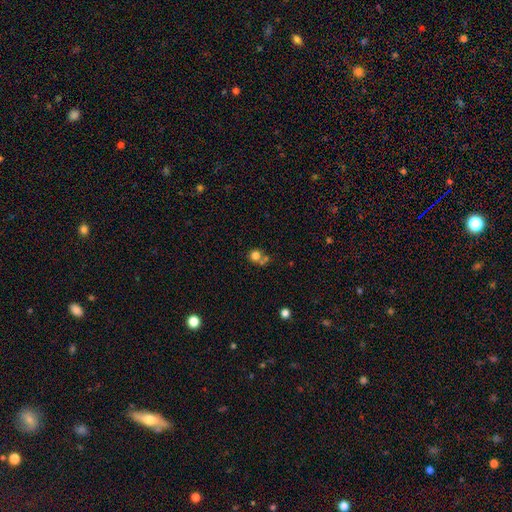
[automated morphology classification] Q: Smooth or featured?
A: smooth (74%); runner-up: star or artifact (13%)
Q: How rounded?
A: round (85%); runner-up: in between (14%)
Q: Merging?
A: none (46%); runner-up: merger (38%)